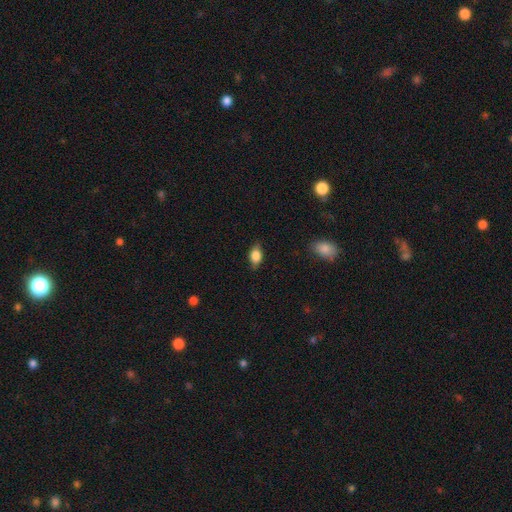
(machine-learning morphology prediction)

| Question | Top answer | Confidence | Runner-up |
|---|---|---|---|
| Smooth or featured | smooth | 81% | featured or disk (11%) |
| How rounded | in between | 84% | round (12%) |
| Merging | none | 78% | minor disturbance (17%) |